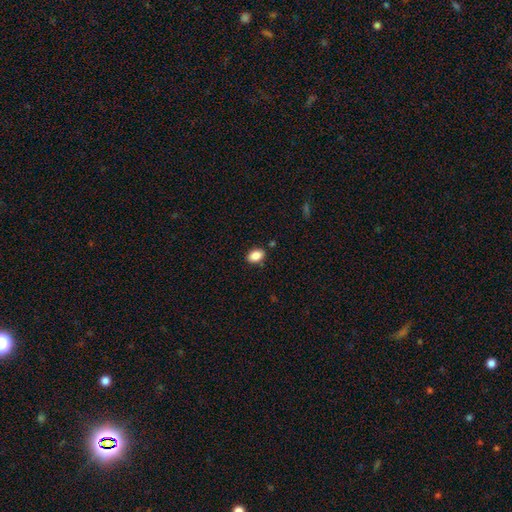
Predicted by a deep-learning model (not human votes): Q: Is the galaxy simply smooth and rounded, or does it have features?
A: smooth — 87%.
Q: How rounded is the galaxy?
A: in between — 86%.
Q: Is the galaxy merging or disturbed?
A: none — 85%.